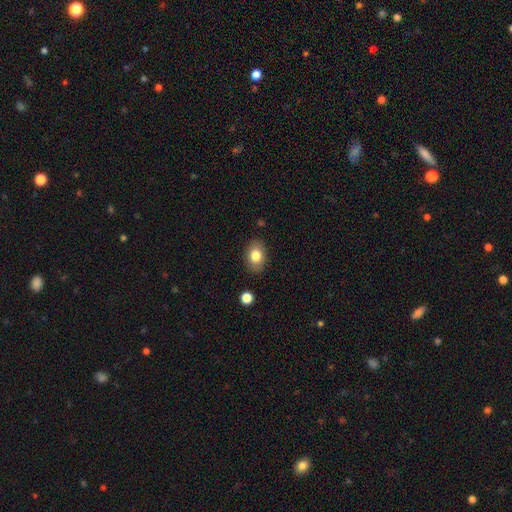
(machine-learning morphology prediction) type=smooth (81%); roundness=in between (75%); merging=none (86%).